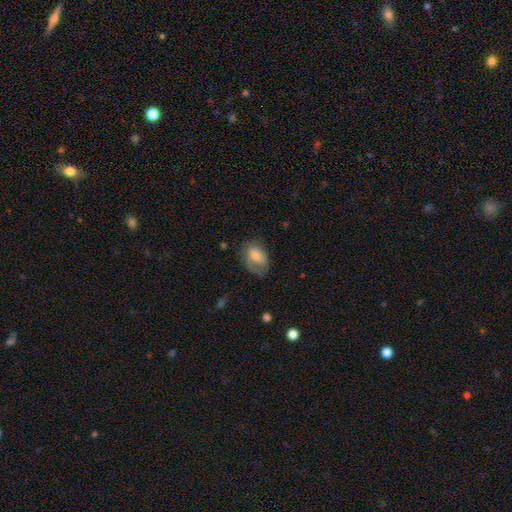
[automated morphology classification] A smooth galaxy with no disk features (56%) that is in between round and cigar-shaped (81%). Merging: none (51%).